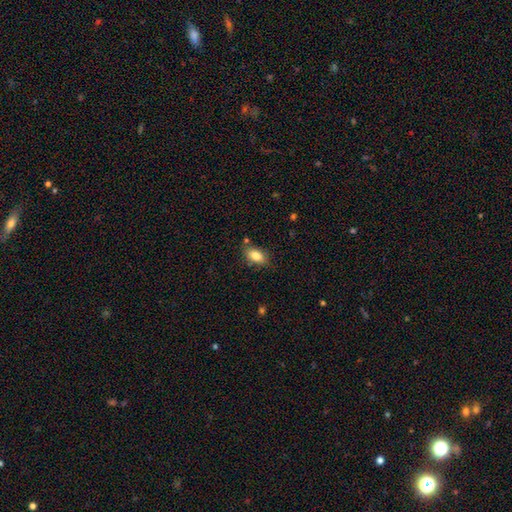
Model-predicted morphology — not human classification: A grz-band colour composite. It shows a smooth galaxy with no disk features (84%) that is in between round and cigar-shaped (89%). Merging: none (79%).